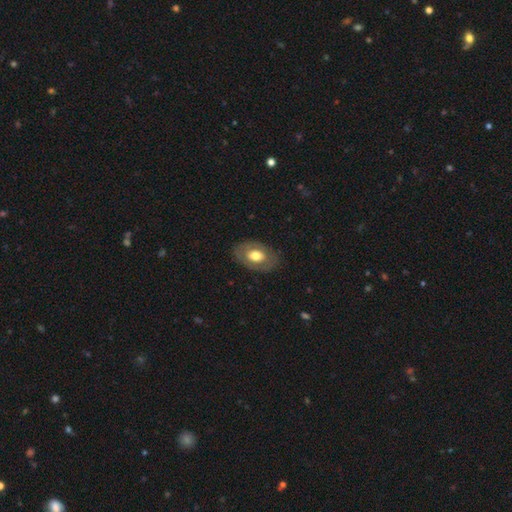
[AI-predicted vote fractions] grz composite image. It shows a smooth galaxy with no disk features (55%) that is in between round and cigar-shaped (83%). Merging: none (82%).